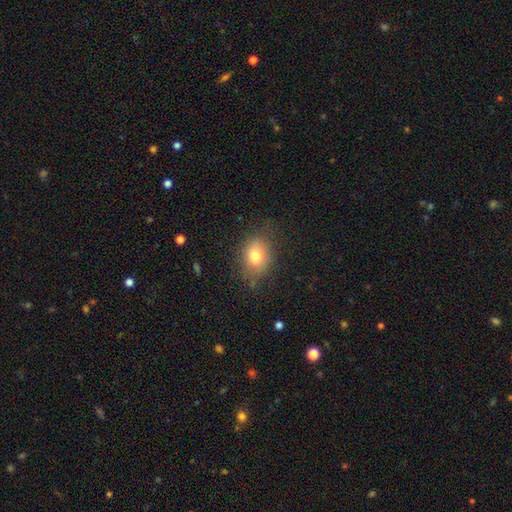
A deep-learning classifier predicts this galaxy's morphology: Smooth or featured? smooth (76%)
How rounded? in between (58%)
Merging? none (71%)